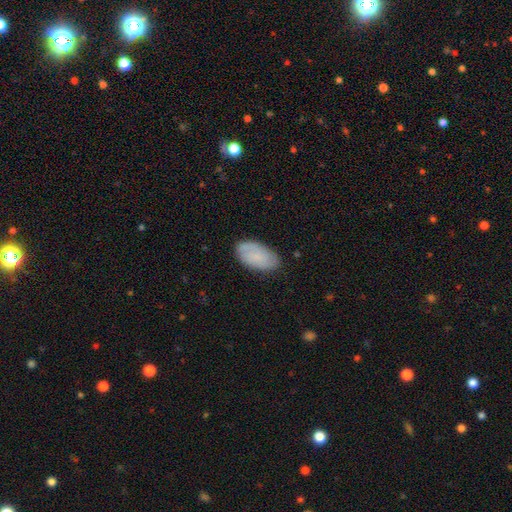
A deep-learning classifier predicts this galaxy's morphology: Overall: smooth (70%). How rounded: in between (95%). Merging: none (78%).